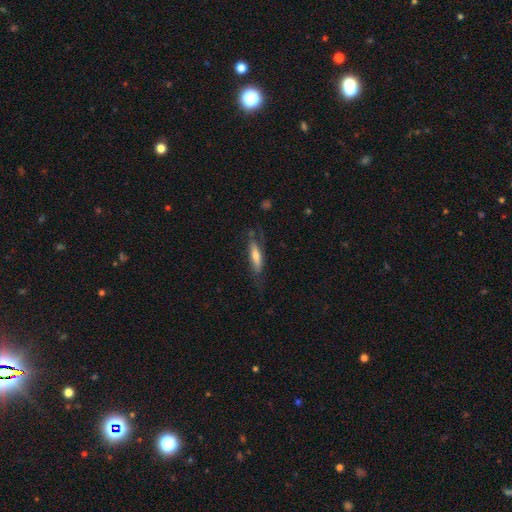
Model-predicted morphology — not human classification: Overall: smooth (53%; featured or disk 41%). How rounded: cigar-shaped (70%). Merging: none (63%; minor disturbance 24%).